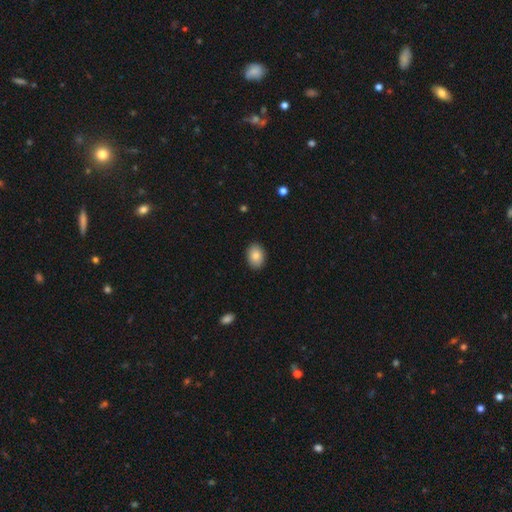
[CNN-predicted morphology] smooth 85%, featured or disk 8%, star or artifact 7%. Down the decision tree: how rounded — in between (80%); merging — none (90%).